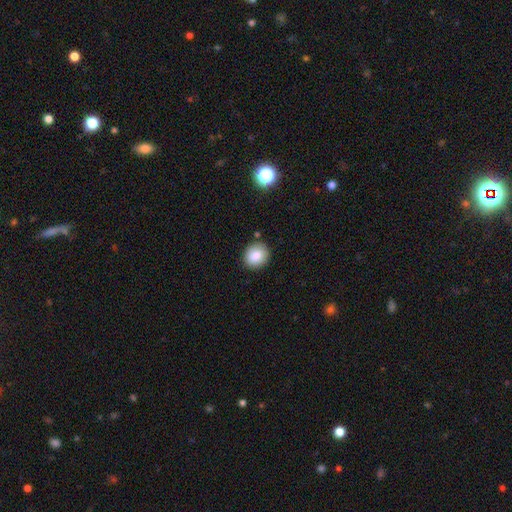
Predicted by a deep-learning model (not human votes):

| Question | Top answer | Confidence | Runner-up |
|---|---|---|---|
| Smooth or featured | smooth | 85% | star or artifact (9%) |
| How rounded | round | 75% | in between (24%) |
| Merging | none | 85% | minor disturbance (10%) |